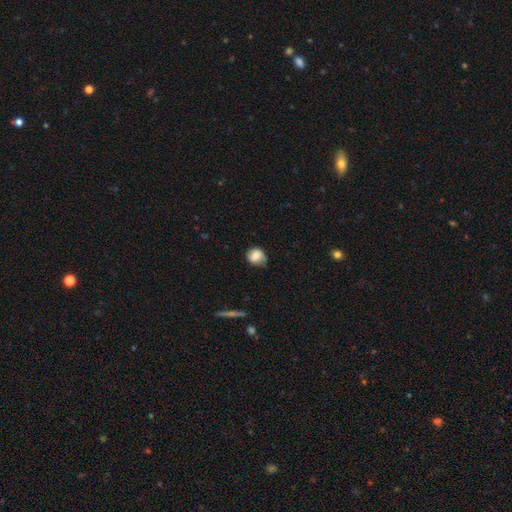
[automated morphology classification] Smooth or featured? smooth (75%)
How rounded? round (73%)
Merging? none (65%)